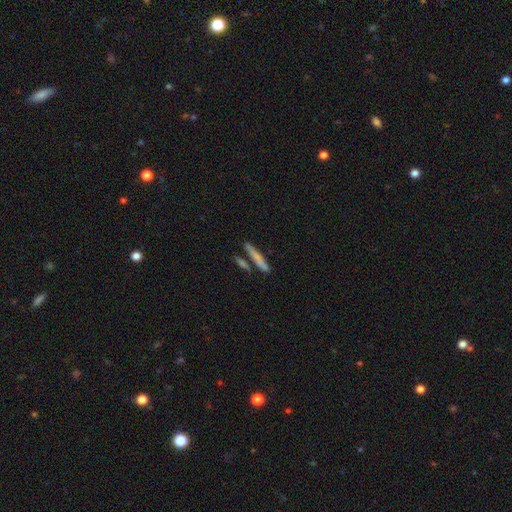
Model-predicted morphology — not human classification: Q: Smooth or featured?
A: smooth (65%); runner-up: featured or disk (27%)
Q: How rounded?
A: cigar-shaped (93%); runner-up: in between (5%)
Q: Merging?
A: none (75%); runner-up: merger (12%)